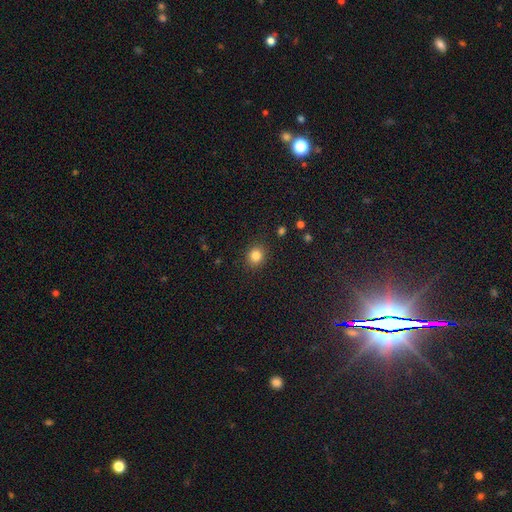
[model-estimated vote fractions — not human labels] smooth 84%, star or artifact 11%, featured or disk 5%. Down the decision tree: how rounded — round (78%); merging — none (89%).